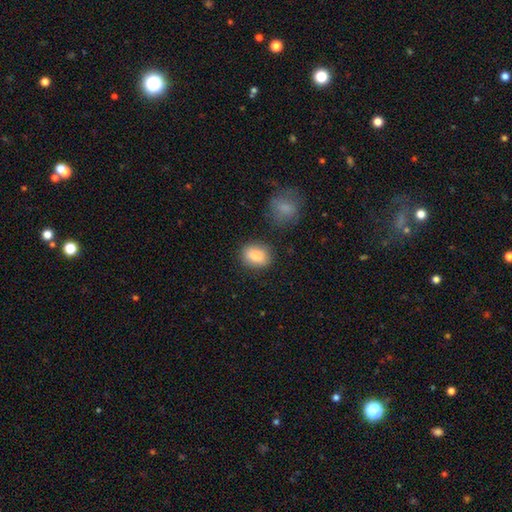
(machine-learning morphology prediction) Overall: smooth (85%). How rounded: in between (65%; round 33%). Merging: none (82%).